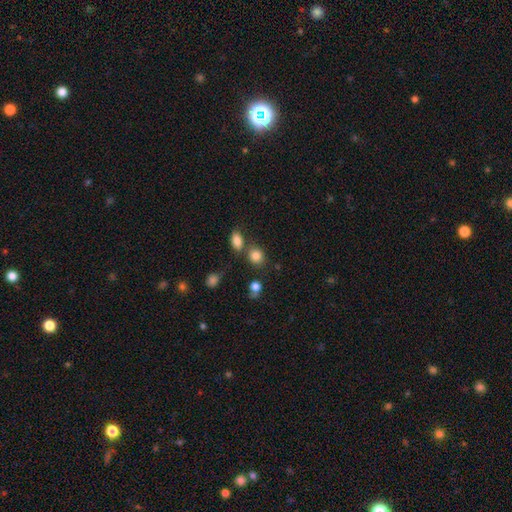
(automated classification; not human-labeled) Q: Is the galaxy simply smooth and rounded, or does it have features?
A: smooth — 83%.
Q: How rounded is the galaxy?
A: round — 62%.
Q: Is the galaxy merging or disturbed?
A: none — 66%.